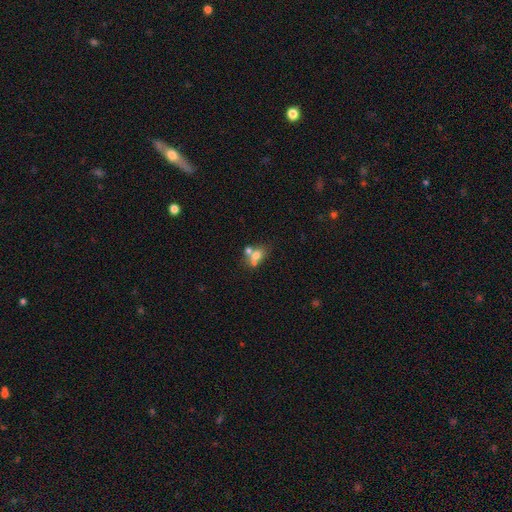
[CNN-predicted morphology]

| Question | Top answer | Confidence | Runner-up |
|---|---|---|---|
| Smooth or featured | smooth | 64% | featured or disk (22%) |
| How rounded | in between | 52% | round (47%) |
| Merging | merger | 52% | none (34%) |